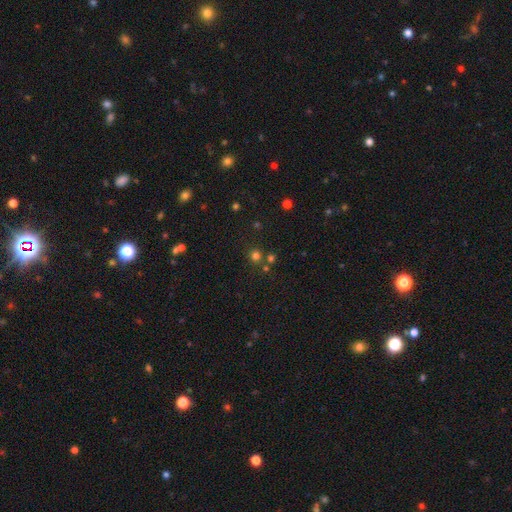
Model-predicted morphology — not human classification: smooth-or-featured: smooth: 68% | star or artifact: 25% | featured or disk: 6%
  how-rounded: round: 92% | in between: 7% | cigar-shaped: 1%
  merging: none: 75% | merger: 15% | minor disturbance: 7% | major disturbance: 3%